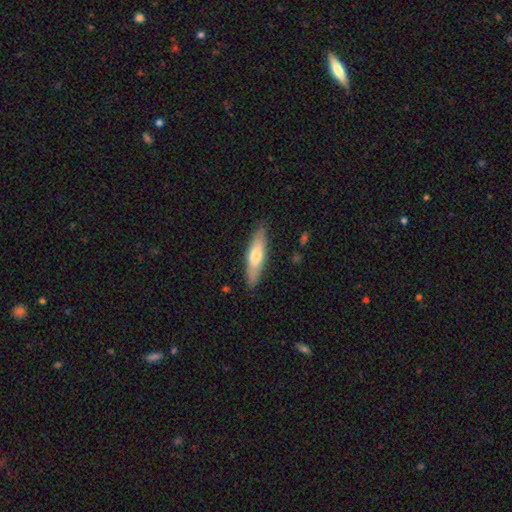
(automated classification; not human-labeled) A smooth galaxy with no disk features (62%) that is cigar-shaped (69%). Merging: none (86%).